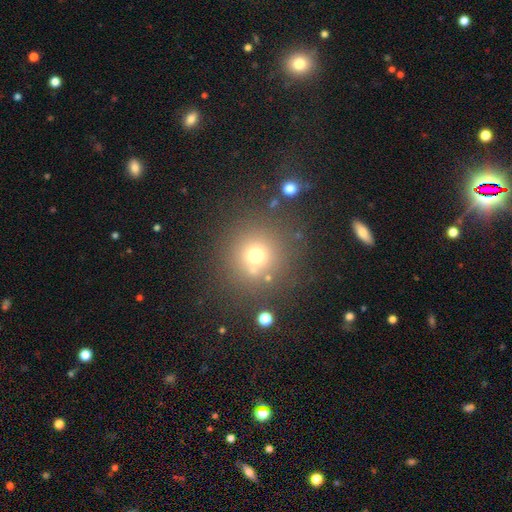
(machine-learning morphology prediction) The model was most divided on "smooth or featured": smooth: 68%, star or artifact: 20%, featured or disk: 11%. More confident: how rounded — round (93%); merging — none (78%).